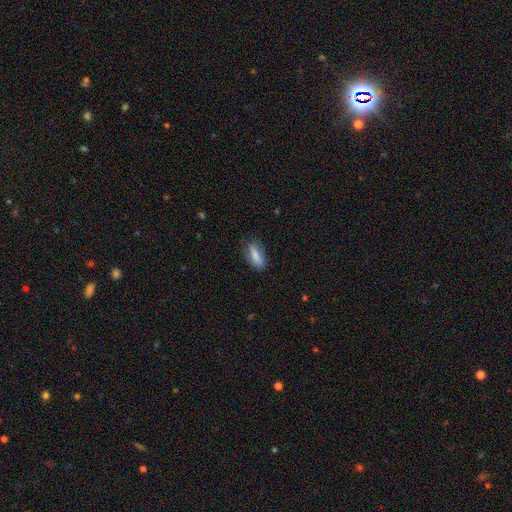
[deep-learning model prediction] Smooth or featured?
  - smooth: 78% *
  - featured or disk: 15%
  - star or artifact: 7%
How rounded?
  - in between: 60% *
  - cigar-shaped: 37%
  - round: 3%
Merging?
  - none: 73% *
  - minor disturbance: 20%
  - major disturbance: 6%
  - merger: 2%